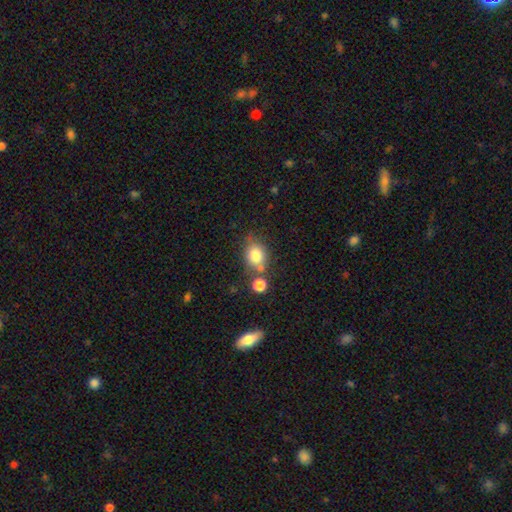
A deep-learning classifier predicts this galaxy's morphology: smooth 79%, featured or disk 11%, star or artifact 10%. Down the decision tree: how rounded — in between (54%); merging — none (56%).